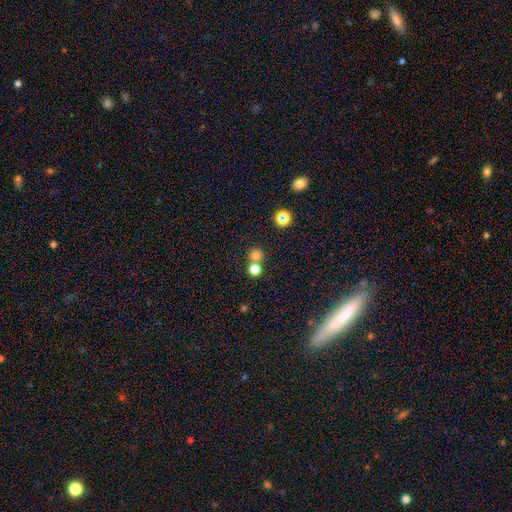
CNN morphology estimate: smooth_or_featured: smooth (p=0.74) [alt: star or artifact p=0.19]
how_rounded: round (p=0.91) [alt: in between p=0.08]
merging: none (p=0.60) [alt: merger p=0.31]